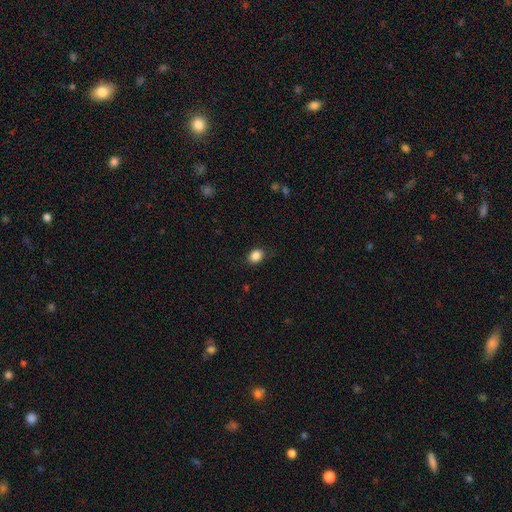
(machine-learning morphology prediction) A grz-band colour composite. It shows a smooth galaxy with no disk features (87%) that is in between round and cigar-shaped (53%). Merging: none (84%).